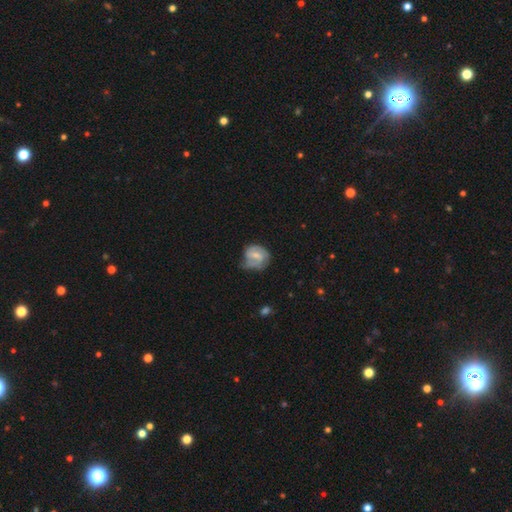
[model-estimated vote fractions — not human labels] featured or disk 62%, smooth 32%, star or artifact 6%. Down the decision tree: edge-on disk — no (98%); bar — weak (50%); spiral arms — yes (84%); spiral arm count — 2 (49%); spiral winding — tight (46%); bulge size — small (48%); merging — none (43%).